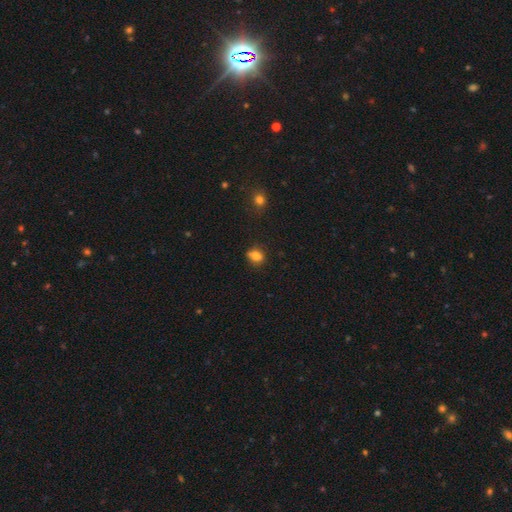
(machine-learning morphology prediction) The model was most divided on "how rounded": in between: 50%, round: 48%, cigar-shaped: 2%. More confident: smooth or featured — smooth (79%); merging — none (64%).